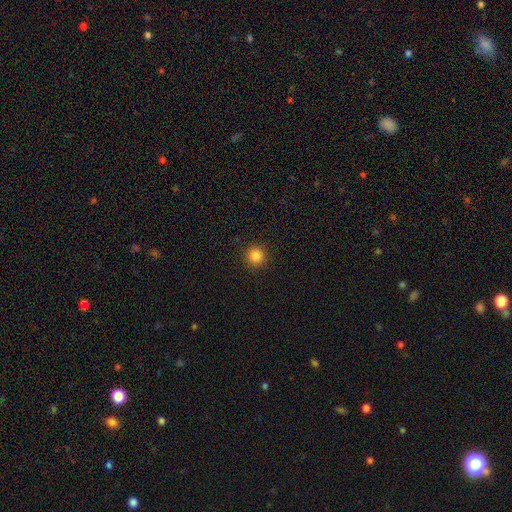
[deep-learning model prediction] Smooth or featured? smooth (85%)
How rounded? round (94%)
Merging? none (92%)